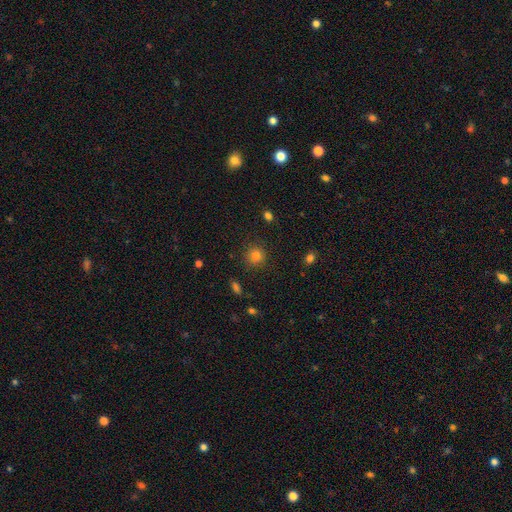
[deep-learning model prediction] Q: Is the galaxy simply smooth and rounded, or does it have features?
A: smooth — 81%.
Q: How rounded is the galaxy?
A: round — 93%.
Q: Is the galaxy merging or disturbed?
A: none — 89%.